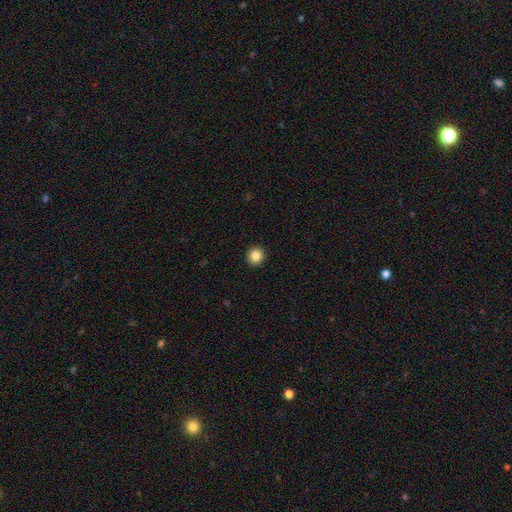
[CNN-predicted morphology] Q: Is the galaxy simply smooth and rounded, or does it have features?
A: smooth — 86%.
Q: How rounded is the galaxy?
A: round — 93%.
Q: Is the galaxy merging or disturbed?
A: none — 93%.